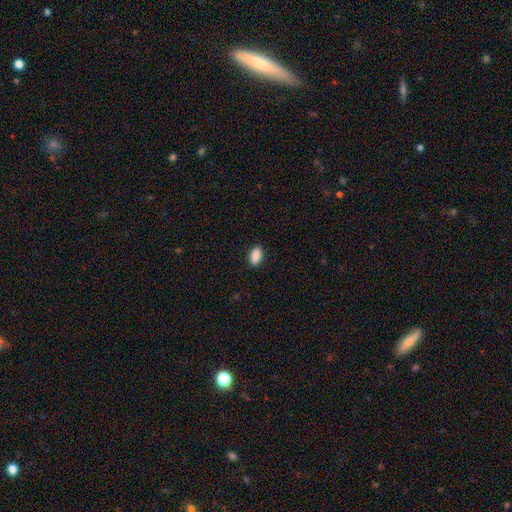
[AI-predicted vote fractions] A smooth galaxy with no disk features (89%) that is in between round and cigar-shaped (92%). Merging: none (89%).